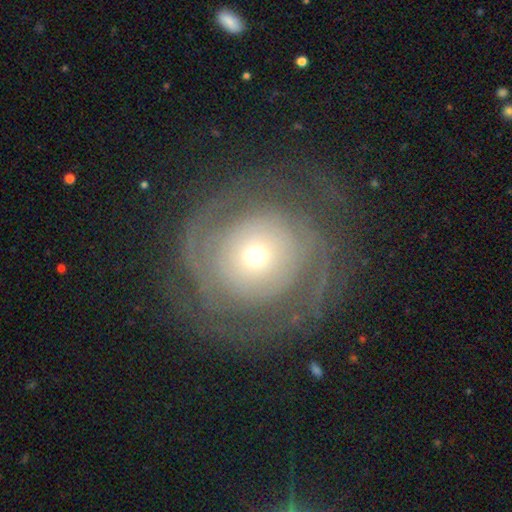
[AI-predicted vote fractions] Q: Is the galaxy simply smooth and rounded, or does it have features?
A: featured or disk — 71%.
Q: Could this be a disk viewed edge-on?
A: no — 96%.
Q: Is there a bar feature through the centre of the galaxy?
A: no — 82%.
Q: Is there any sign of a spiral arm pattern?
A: yes — 76%.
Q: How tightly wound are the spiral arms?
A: tight — 69%.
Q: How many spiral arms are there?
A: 2 — 36%.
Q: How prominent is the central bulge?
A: small — 51%.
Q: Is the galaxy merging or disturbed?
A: none — 73%.